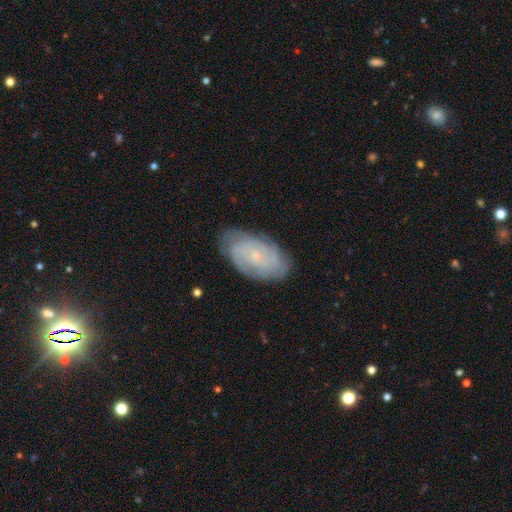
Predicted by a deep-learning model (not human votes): Q: Smooth or featured?
A: featured or disk (75%); runner-up: smooth (18%)
Q: Edge-on disk?
A: no (96%); runner-up: yes (4%)
Q: Bar?
A: no (71%); runner-up: weak (25%)
Q: Spiral arms?
A: yes (94%); runner-up: no (6%)
Q: Spiral winding?
A: tight (68%); runner-up: medium (26%)
Q: Spiral arm count?
A: can't tell (39%); runner-up: 2 (22%)
Q: Bulge size?
A: small (77%); runner-up: moderate (15%)
Q: Merging?
A: none (78%); runner-up: minor disturbance (17%)